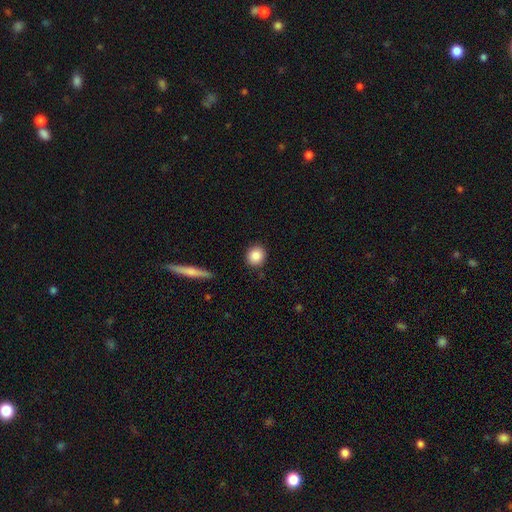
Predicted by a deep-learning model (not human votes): A smooth galaxy with no disk features (86%) that is round (85%). Merging: none (89%).